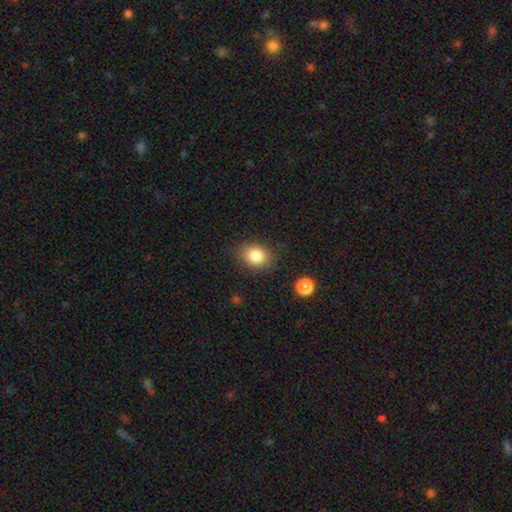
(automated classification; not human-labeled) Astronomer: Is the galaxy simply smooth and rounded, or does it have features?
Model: smooth — 83%.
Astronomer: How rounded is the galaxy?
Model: in between — 61% (runner-up: round, 38%).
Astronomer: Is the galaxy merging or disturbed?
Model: none — 81%.